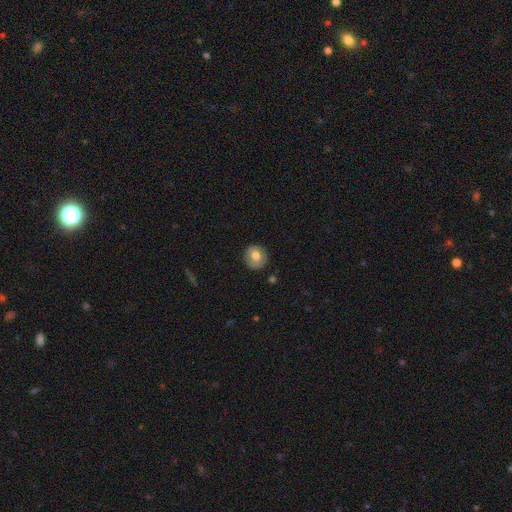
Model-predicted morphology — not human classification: Smooth or featured: smooth — 67% (featured or disk — 26%)
How rounded: round — 89% (in between — 10%)
Merging: none — 85% (minor disturbance — 11%)